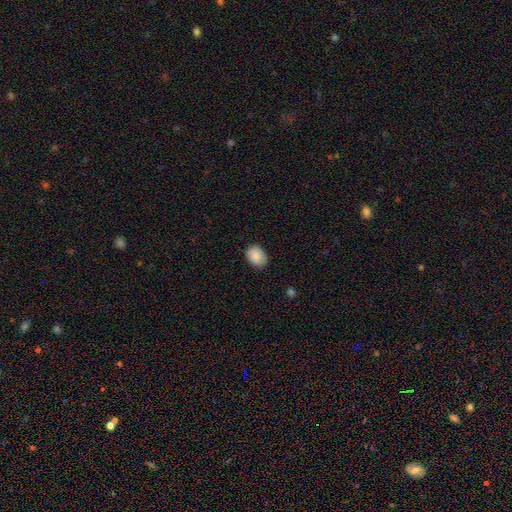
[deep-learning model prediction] smooth 88%, star or artifact 7%, featured or disk 5%. Down the decision tree: how rounded — in between (65%); merging — none (81%).